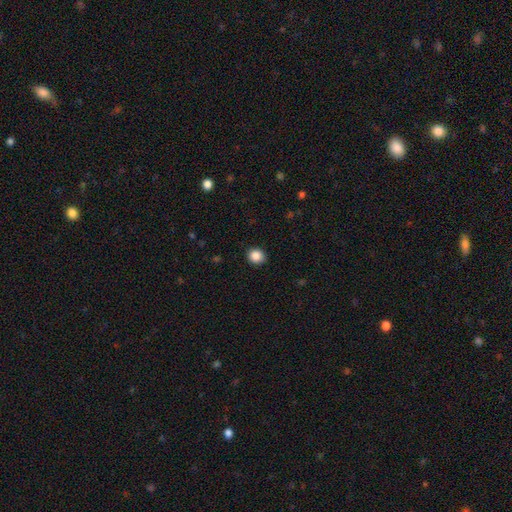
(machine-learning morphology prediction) A smooth galaxy with no disk features (87%) that is round (77%).

Vote fractions:
- Smooth or featured? smooth: 87% / star or artifact: 10% / featured or disk: 3%
- How rounded? round: 77% / in between: 22% / cigar-shaped: 1%
- Merging? none: 90% / minor disturbance: 7% / major disturbance: 2% / merger: 1%